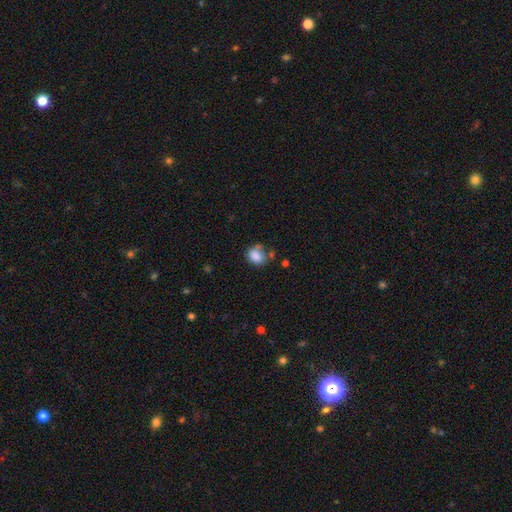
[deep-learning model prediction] A smooth galaxy with no disk features (82%) that is in between round and cigar-shaped (58%).

Vote fractions:
- Smooth or featured? smooth: 82% / star or artifact: 10% / featured or disk: 8%
- How rounded? in between: 58% / round: 41% / cigar-shaped: 1%
- Merging? none: 48% / minor disturbance: 27% / merger: 13% / major disturbance: 12%